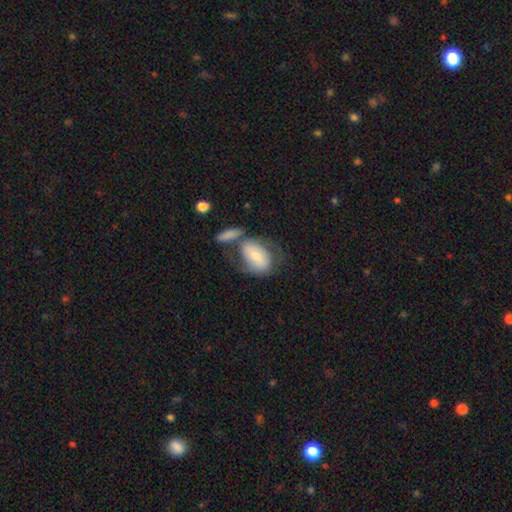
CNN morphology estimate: Smooth or featured?
  - smooth: 53% *
  - featured or disk: 41%
  - star or artifact: 6%
How rounded?
  - in between: 79% *
  - round: 18%
  - cigar-shaped: 2%
Merging?
  - none: 33% *
  - merger: 32%
  - major disturbance: 18%
  - minor disturbance: 18%